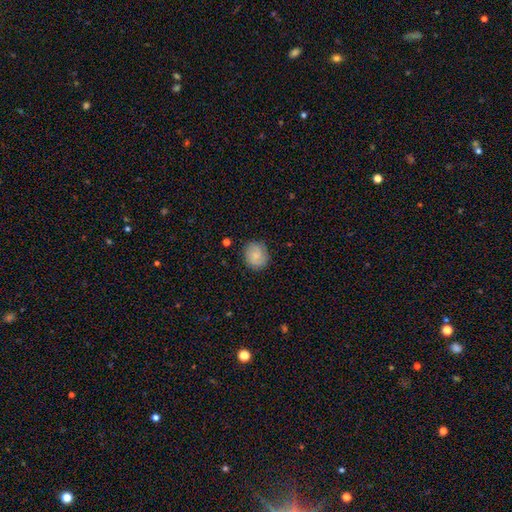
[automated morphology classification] This is likely a smooth galaxy (73%). How rounded: likely round (77%). Merging: clearly none (84%).